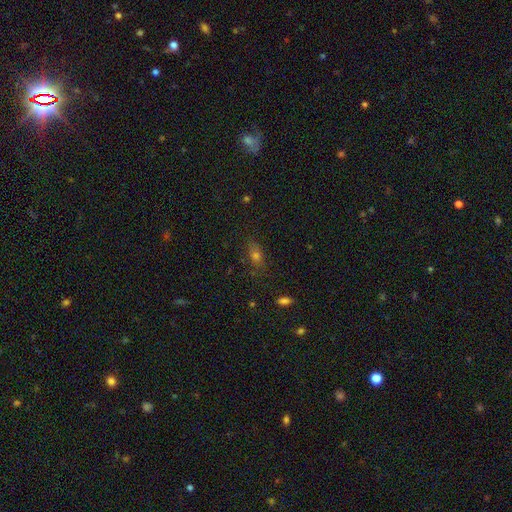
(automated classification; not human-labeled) Overall: smooth (59%; star or artifact 24%). How rounded: in between (67%). Merging: none (78%).